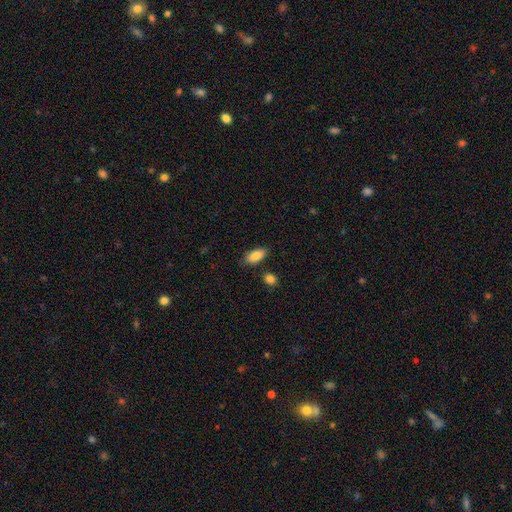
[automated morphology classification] Smooth or featured: smooth — 85% (featured or disk — 8%)
How rounded: in between — 88% (cigar-shaped — 9%)
Merging: none — 81% (minor disturbance — 13%)